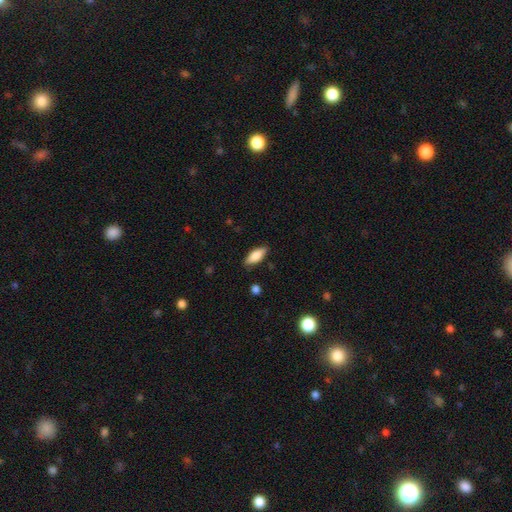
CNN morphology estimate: type=smooth (80%); roundness=in between (77%); merging=none (84%).